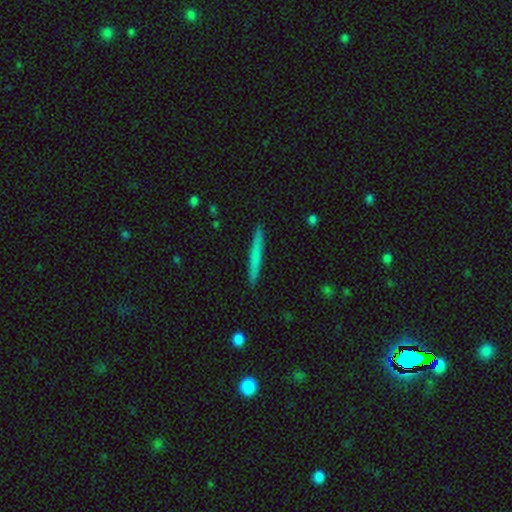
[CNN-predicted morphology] Q: Smooth or featured?
A: smooth (65%); runner-up: featured or disk (30%)
Q: How rounded?
A: cigar-shaped (97%); runner-up: in between (2%)
Q: Merging?
A: none (92%); runner-up: minor disturbance (6%)